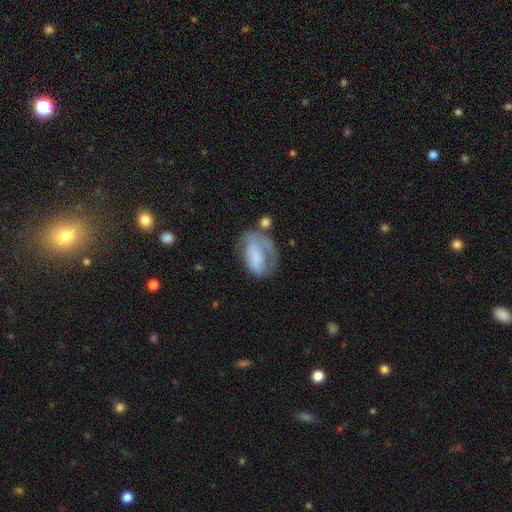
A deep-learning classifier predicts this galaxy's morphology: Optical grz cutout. It shows a smooth galaxy with no disk features (50%). Merging: major disturbance (33%).